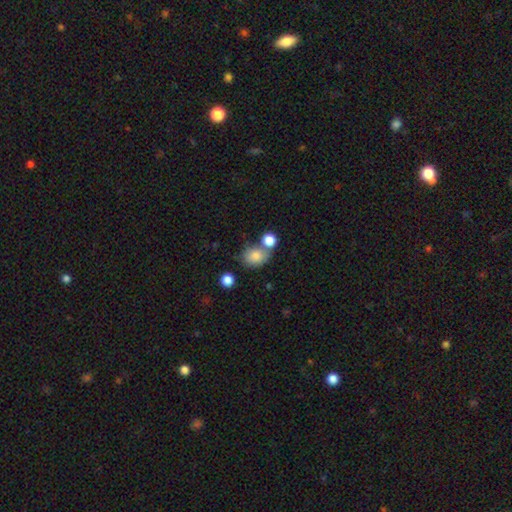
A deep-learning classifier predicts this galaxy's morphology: Smooth or featured? Predicted: smooth (p=0.82). How rounded? Predicted: in between (p=0.50). Merging? Predicted: none (p=0.54).